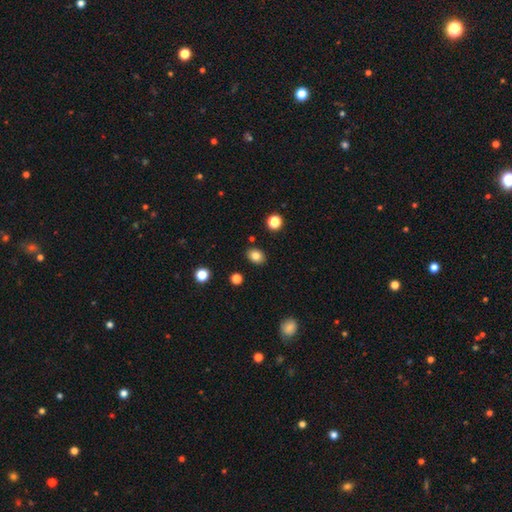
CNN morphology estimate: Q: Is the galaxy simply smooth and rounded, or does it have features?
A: smooth — 82%.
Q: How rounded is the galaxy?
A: in between — 62%.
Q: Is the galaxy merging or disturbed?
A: none — 88%.